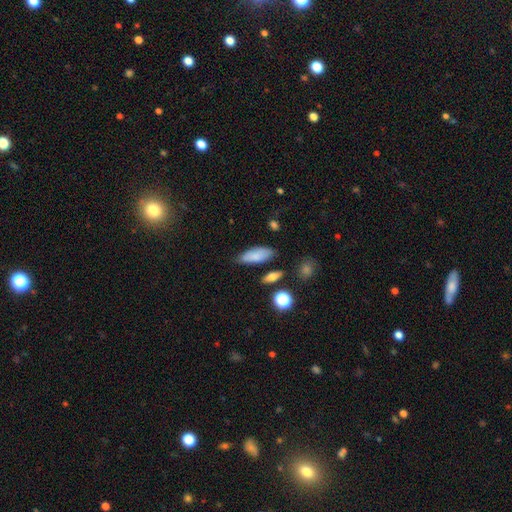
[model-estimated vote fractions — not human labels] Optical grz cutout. It shows a smooth galaxy with no disk features (81%) that is in between round and cigar-shaped (74%). Merging: none (74%).